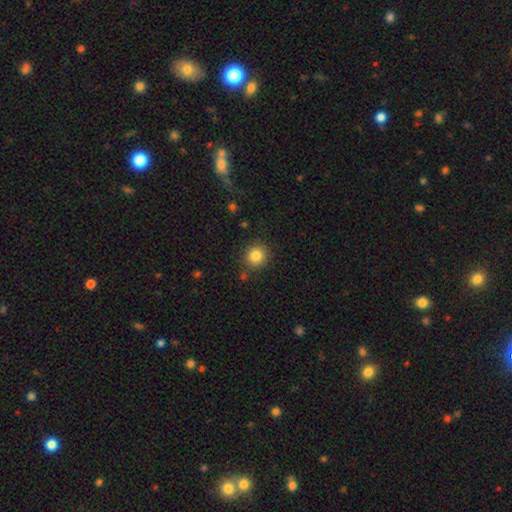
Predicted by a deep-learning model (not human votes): Smooth or featured? Predicted: smooth (p=0.84). How rounded? Predicted: round (p=0.89). Merging? Predicted: none (p=0.85).